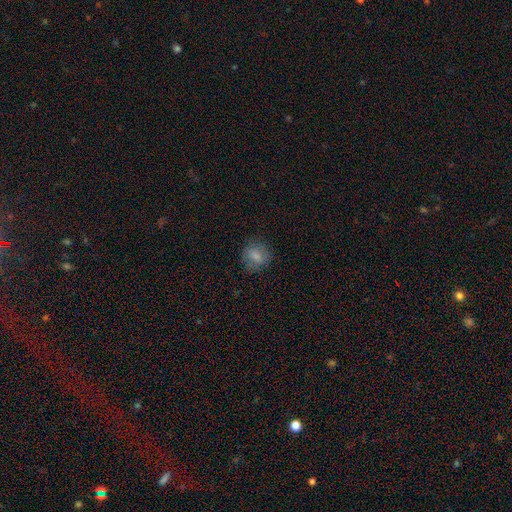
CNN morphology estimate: This is likely a smooth galaxy (77%). How rounded: likely round (78%). Merging: clearly none (81%).